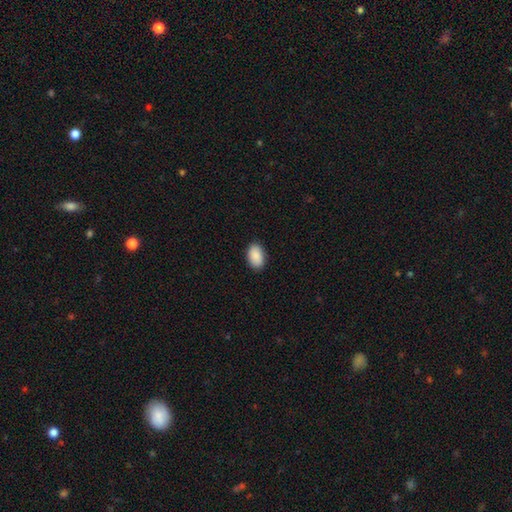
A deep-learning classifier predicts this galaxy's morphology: smooth 91%, star or artifact 6%, featured or disk 3%. Down the decision tree: how rounded — in between (92%); merging — none (89%).